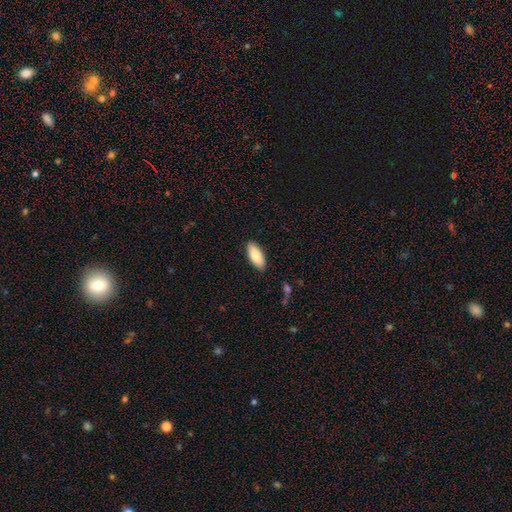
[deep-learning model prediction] smooth-or-featured: smooth: 84% | featured or disk: 10% | star or artifact: 6%
  how-rounded: in between: 83% | cigar-shaped: 15% | round: 2%
  merging: none: 89% | minor disturbance: 8% | major disturbance: 2% | merger: 1%